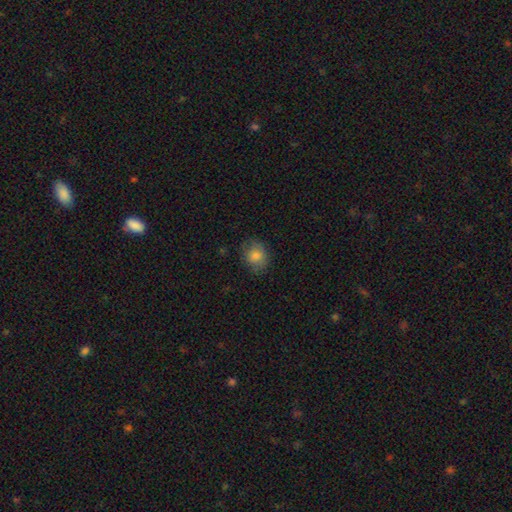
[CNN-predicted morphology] Q: Smooth or featured?
A: smooth (83%); runner-up: star or artifact (9%)
Q: How rounded?
A: round (66%); runner-up: in between (33%)
Q: Merging?
A: none (79%); runner-up: minor disturbance (16%)